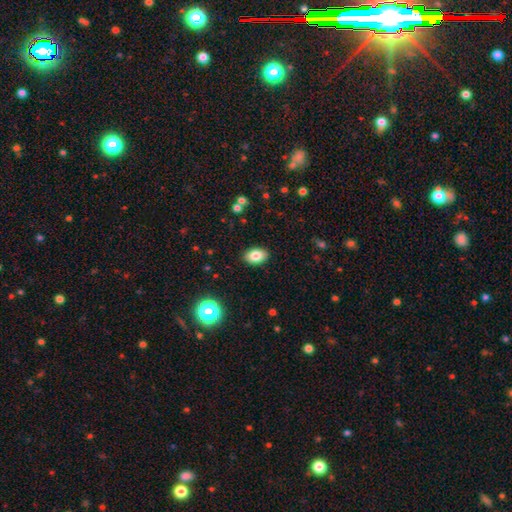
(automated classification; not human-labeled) Smooth or featured? smooth (83%)
How rounded? in between (86%)
Merging? none (89%)